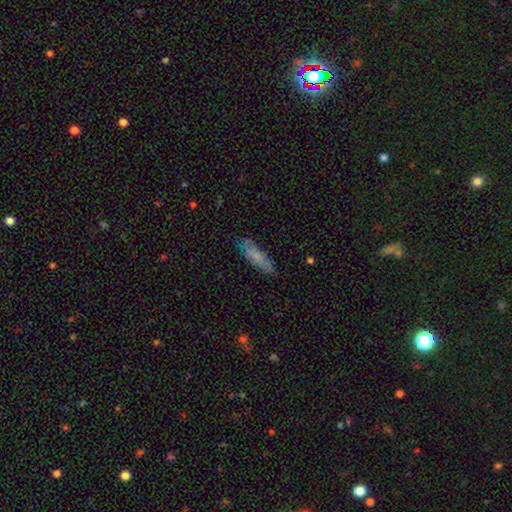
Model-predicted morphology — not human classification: Smooth or featured: smooth — 75% (featured or disk — 18%)
How rounded: cigar-shaped — 70% (in between — 28%)
Merging: none — 79% (minor disturbance — 16%)